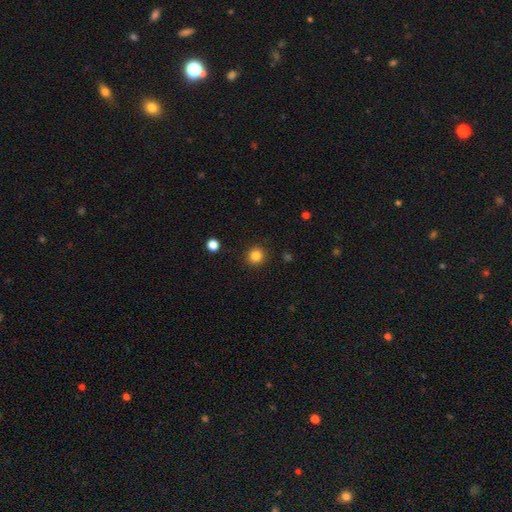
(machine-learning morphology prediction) smooth_or_featured: smooth (p=0.84) [alt: star or artifact p=0.12]
how_rounded: round (p=0.93) [alt: in between p=0.06]
merging: none (p=0.92) [alt: minor disturbance p=0.05]